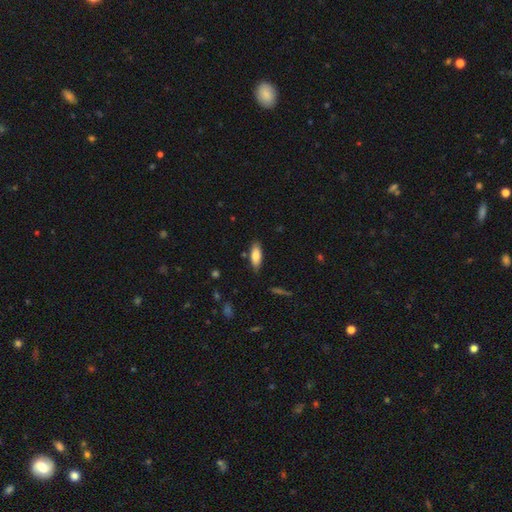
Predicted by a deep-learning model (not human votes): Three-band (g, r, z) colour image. It shows a smooth galaxy with no disk features (82%) that is in between round and cigar-shaped (73%). Merging: none (83%).